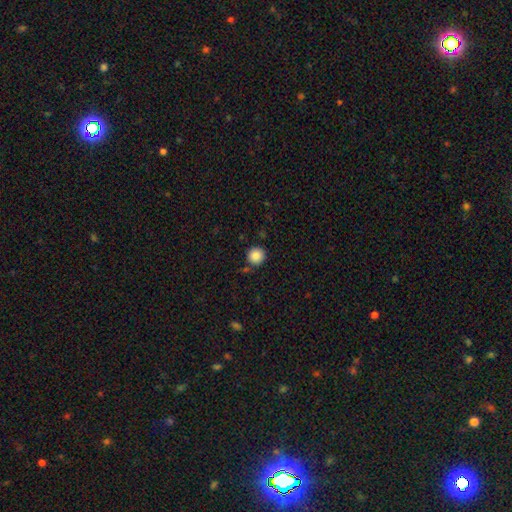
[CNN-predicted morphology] Smooth or featured: smooth — 87% (star or artifact — 9%)
How rounded: round — 94% (in between — 5%)
Merging: none — 84% (minor disturbance — 9%)